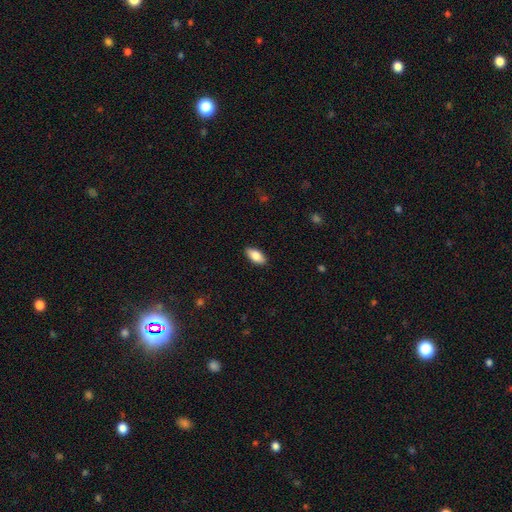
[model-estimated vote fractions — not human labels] Q: Smooth or featured?
A: smooth (83%); runner-up: featured or disk (11%)
Q: How rounded?
A: in between (89%); runner-up: cigar-shaped (9%)
Q: Merging?
A: none (89%); runner-up: minor disturbance (8%)